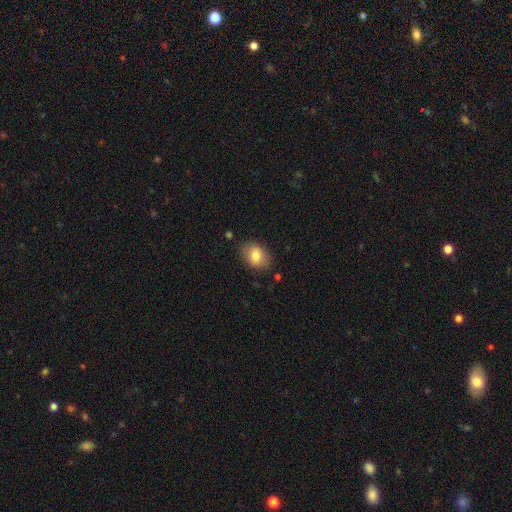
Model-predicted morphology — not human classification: Smooth or featured?
  - smooth: 79% *
  - featured or disk: 13%
  - star or artifact: 8%
How rounded?
  - in between: 70% *
  - round: 29%
  - cigar-shaped: 1%
Merging?
  - none: 81% *
  - minor disturbance: 14%
  - major disturbance: 3%
  - merger: 2%